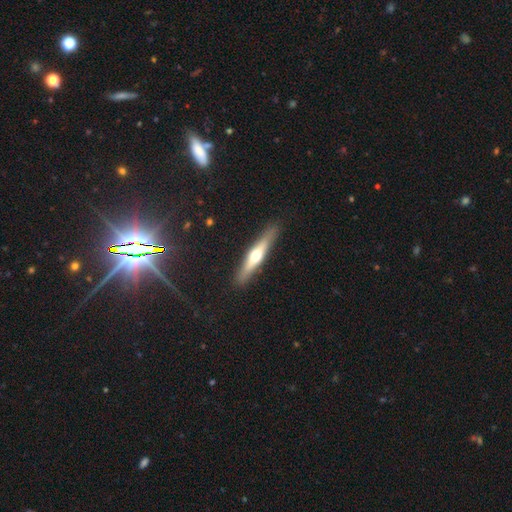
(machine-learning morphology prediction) A featured or disk galaxy (55%) viewed edge-on (93%) with a rounded central bulge (89%).

Vote fractions:
- Smooth or featured? featured or disk: 55% / smooth: 39% / star or artifact: 6%
- Edge-on disk? yes: 93% / no: 7%
- Edge-on bulge? rounded: 89% / none: 7% / boxy: 4%
- Merging? none: 89% / minor disturbance: 8% / major disturbance: 2% / merger: 1%